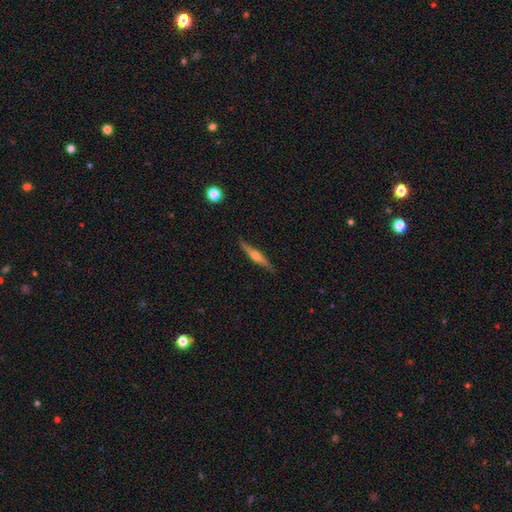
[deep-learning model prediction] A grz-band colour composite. It shows a featured or disk galaxy (69%) viewed edge-on (97%) with a rounded central bulge (88%). Merging: none (87%).